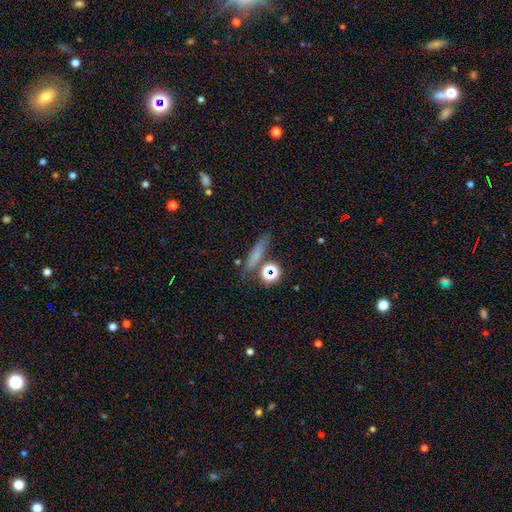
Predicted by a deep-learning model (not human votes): Smooth or featured?
  - smooth: 61% *
  - star or artifact: 20%
  - featured or disk: 20%
How rounded?
  - cigar-shaped: 73% *
  - in between: 15%
  - round: 13%
Merging?
  - none: 72% *
  - minor disturbance: 14%
  - merger: 8%
  - major disturbance: 6%